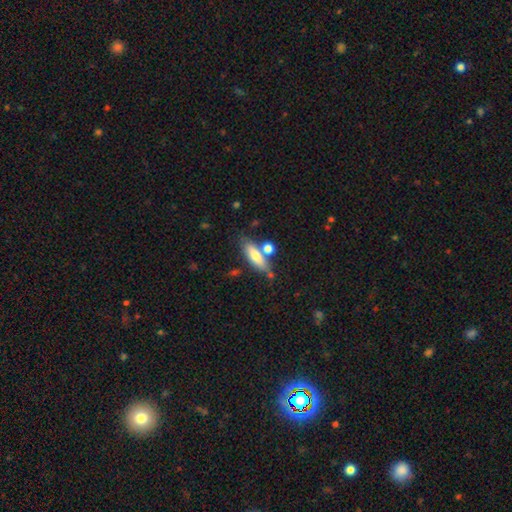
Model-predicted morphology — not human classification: A smooth galaxy with no disk features (70%) that is in between round and cigar-shaped (54%).

Vote fractions:
- Smooth or featured? smooth: 70% / featured or disk: 23% / star or artifact: 7%
- How rounded? in between: 54% / cigar-shaped: 43% / round: 3%
- Merging? none: 65% / merger: 17% / minor disturbance: 13% / major disturbance: 4%